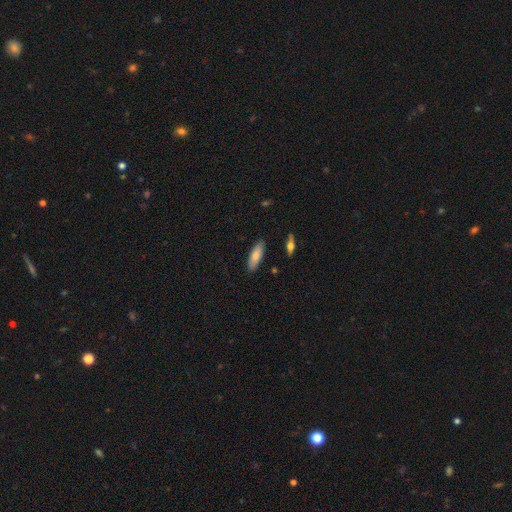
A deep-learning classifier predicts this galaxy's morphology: Smooth or featured? Predicted: smooth (p=0.79). How rounded? Predicted: in between (p=0.55). Merging? Predicted: none (p=0.87).